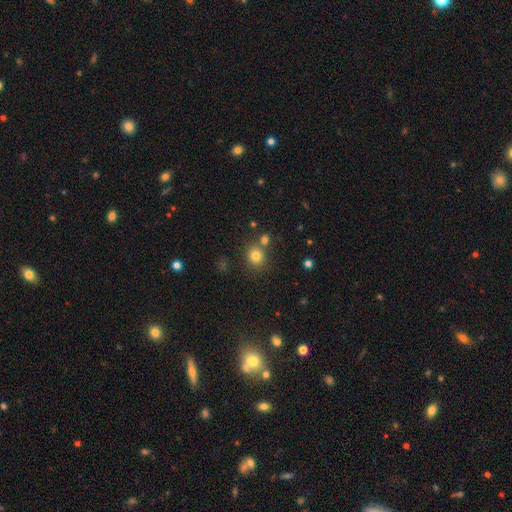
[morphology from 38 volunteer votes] A smooth galaxy with no disk features (89%) that is round (85%).

Vote fractions:
- Smooth or featured? smooth: 89% / featured or disk: 5% / star or artifact: 5%
- How rounded? round: 85% / in between: 15% / cigar-shaped: 0%
- Merging? none: 72% / minor disturbance: 14% / merger: 14% / major disturbance: 0%